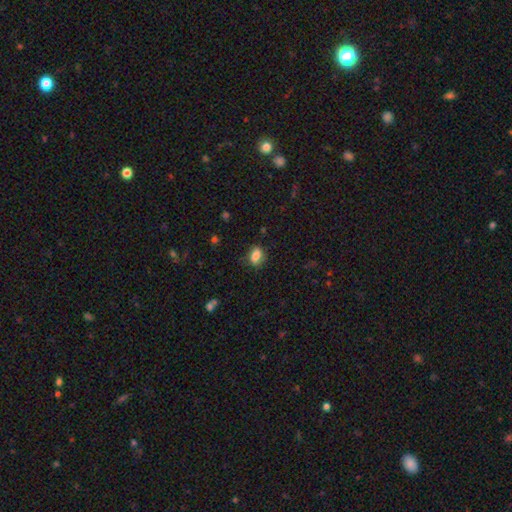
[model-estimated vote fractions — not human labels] The model was most divided on "merging": none: 72%, minor disturbance: 20%, major disturbance: 6%, merger: 2%. More confident: smooth or featured — smooth (82%); how rounded — in between (76%).